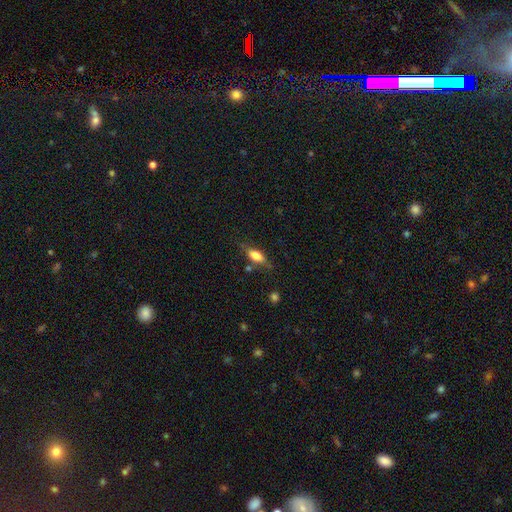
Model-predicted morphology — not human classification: type=smooth (72%); roundness=in between (75%); merging=none (69%).